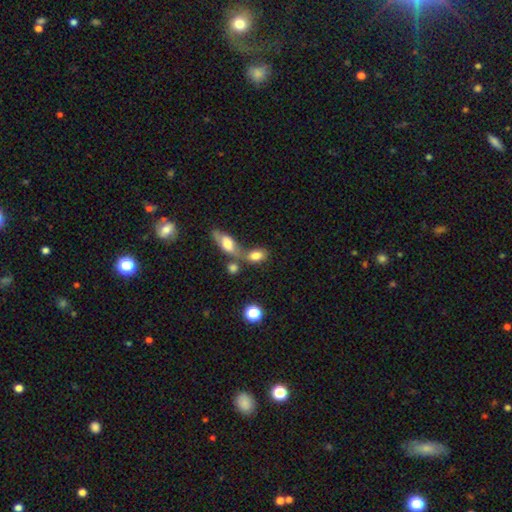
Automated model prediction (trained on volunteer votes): Smooth or featured: smooth — 77% (featured or disk — 13%)
How rounded: in between — 82% (round — 13%)
Merging: none — 43% (merger — 40%)